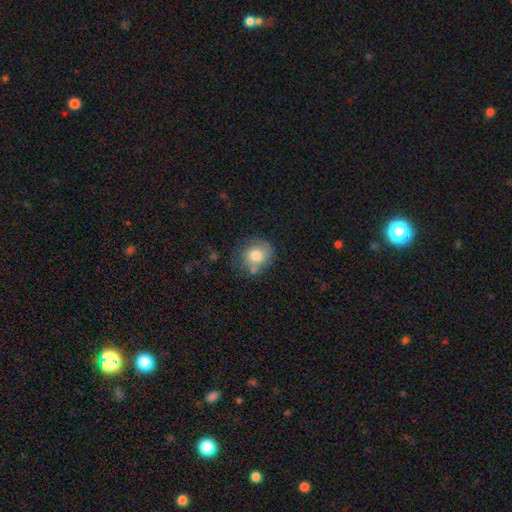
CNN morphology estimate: smooth 76%, featured or disk 16%, star or artifact 9%. Down the decision tree: how rounded — round (79%); merging — none (63%).